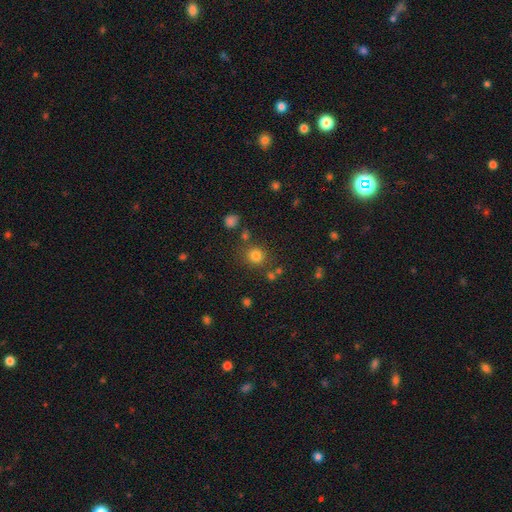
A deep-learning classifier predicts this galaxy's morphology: A smooth galaxy with no disk features (79%) that is round (88%). Merging: none (79%).